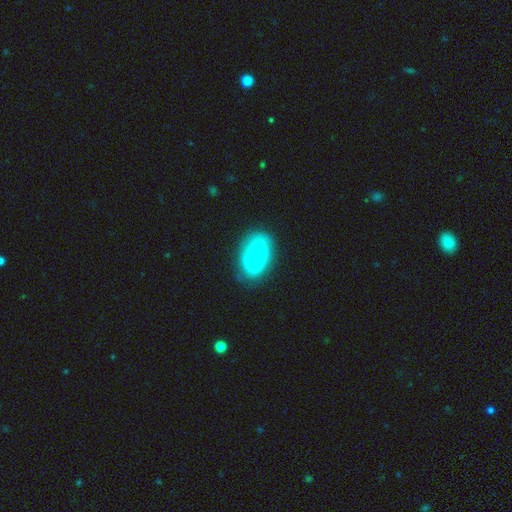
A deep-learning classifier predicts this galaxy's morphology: Q: Smooth or featured?
A: smooth (61%); runner-up: featured or disk (31%)
Q: How rounded?
A: in between (89%); runner-up: round (9%)
Q: Merging?
A: none (69%); runner-up: minor disturbance (21%)